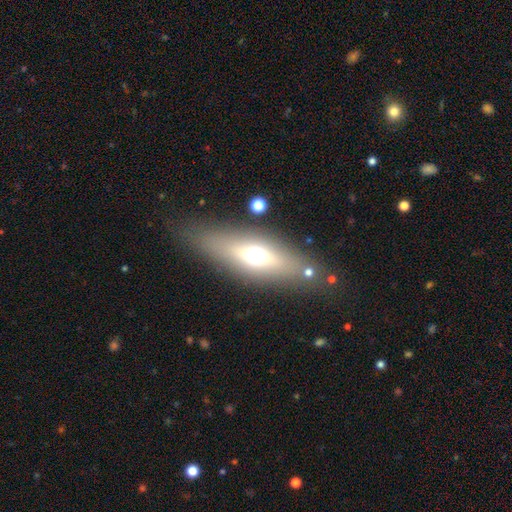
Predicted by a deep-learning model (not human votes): Q: Smooth or featured?
A: smooth (53%); runner-up: featured or disk (36%)
Q: How rounded?
A: in between (56%); runner-up: cigar-shaped (38%)
Q: Merging?
A: none (81%); runner-up: minor disturbance (10%)